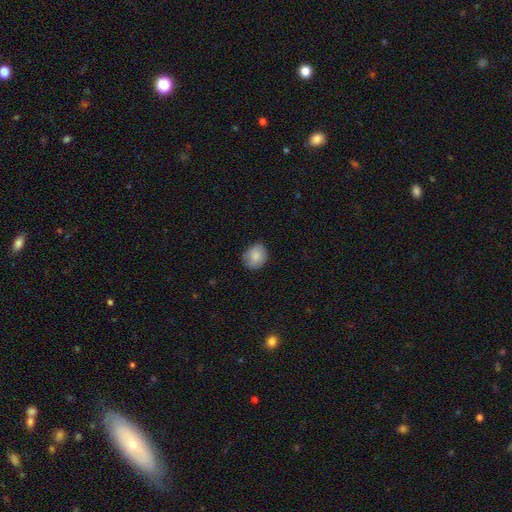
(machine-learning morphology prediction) smooth-or-featured: smooth: 83% | featured or disk: 10% | star or artifact: 7%
  how-rounded: round: 65% | in between: 34% | cigar-shaped: 1%
  merging: none: 82% | minor disturbance: 14% | major disturbance: 3% | merger: 1%